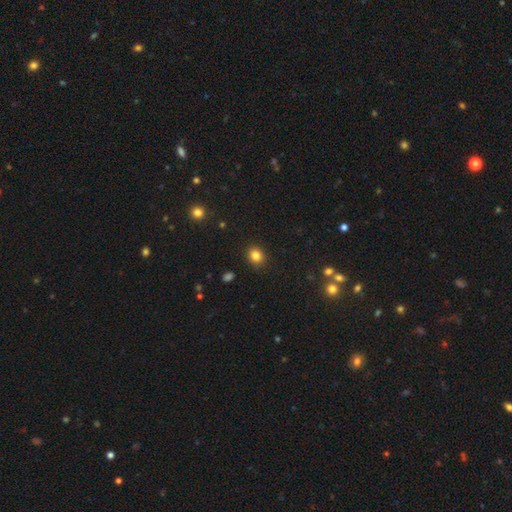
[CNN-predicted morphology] A smooth galaxy with no disk features (82%) that is round (73%). Merging: none (90%).